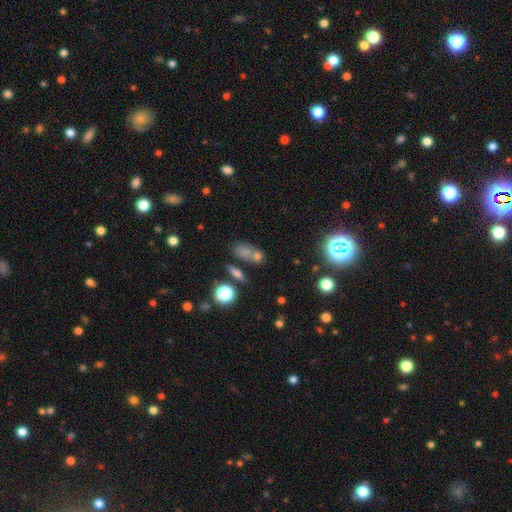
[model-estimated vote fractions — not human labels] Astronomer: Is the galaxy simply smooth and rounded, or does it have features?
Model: smooth — 59%.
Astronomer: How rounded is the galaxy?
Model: in between — 62%.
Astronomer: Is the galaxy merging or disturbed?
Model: none — 45% (runner-up: merger, 38%).